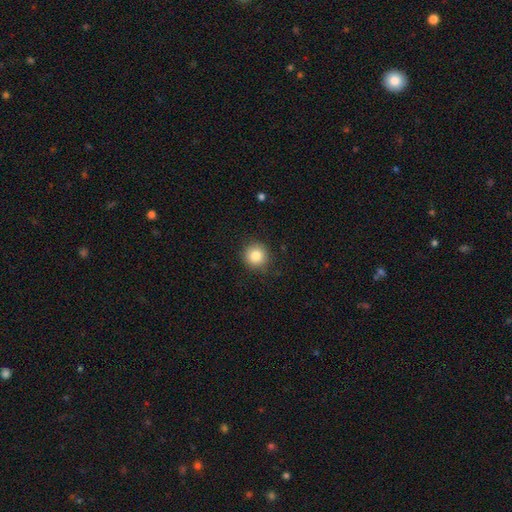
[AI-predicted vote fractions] Smooth or featured?
  - smooth: 83% *
  - star or artifact: 10%
  - featured or disk: 7%
How rounded?
  - round: 94% *
  - in between: 5%
  - cigar-shaped: 1%
Merging?
  - none: 88% *
  - minor disturbance: 9%
  - major disturbance: 2%
  - merger: 1%